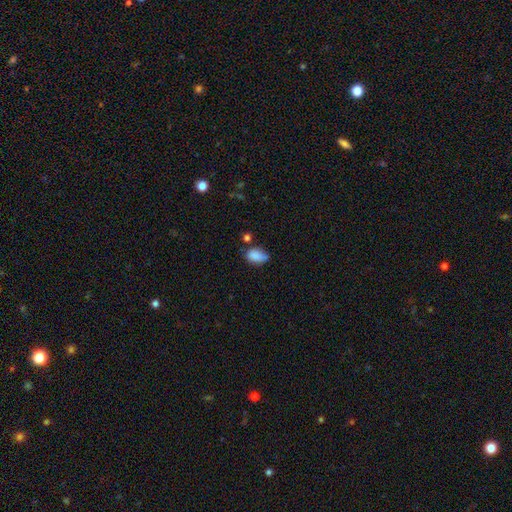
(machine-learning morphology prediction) Smooth or featured? Predicted: smooth (p=0.84). How rounded? Predicted: in between (p=0.82). Merging? Predicted: none (p=0.53).